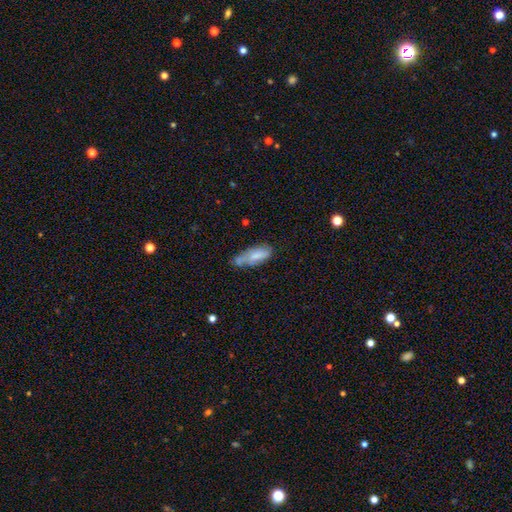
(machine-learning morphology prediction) A smooth galaxy with no disk features (72%) that is in between round and cigar-shaped (70%). Merging: none (43%).